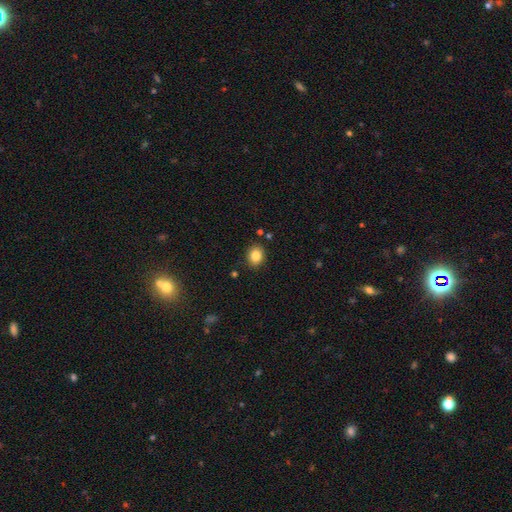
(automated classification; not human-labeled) Smooth or featured? smooth (84%)
How rounded? round (62%)
Merging? none (87%)